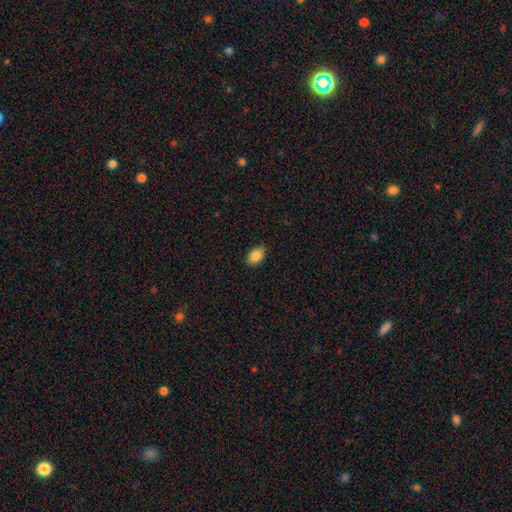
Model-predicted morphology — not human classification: Q: Smooth or featured?
A: smooth (86%); runner-up: star or artifact (7%)
Q: How rounded?
A: in between (89%); runner-up: round (9%)
Q: Merging?
A: none (86%); runner-up: minor disturbance (11%)